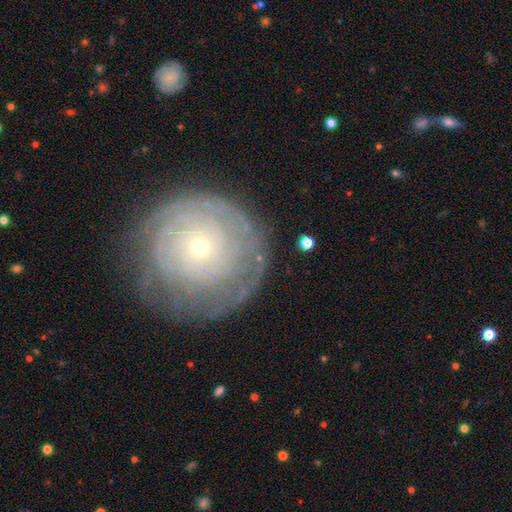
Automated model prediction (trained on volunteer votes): Smooth or featured? featured or disk (65%)
Edge-on disk? no (96%)
Bar? no (88%)
Spiral arms? yes (74%)
Bulge size? small (78%)
Merging? none (79%)